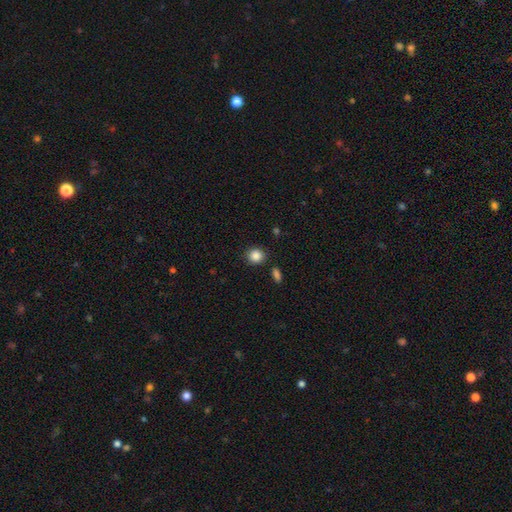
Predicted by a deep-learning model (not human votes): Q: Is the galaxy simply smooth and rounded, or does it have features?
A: smooth — 87%.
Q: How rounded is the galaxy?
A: round — 80%.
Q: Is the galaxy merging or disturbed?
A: none — 86%.